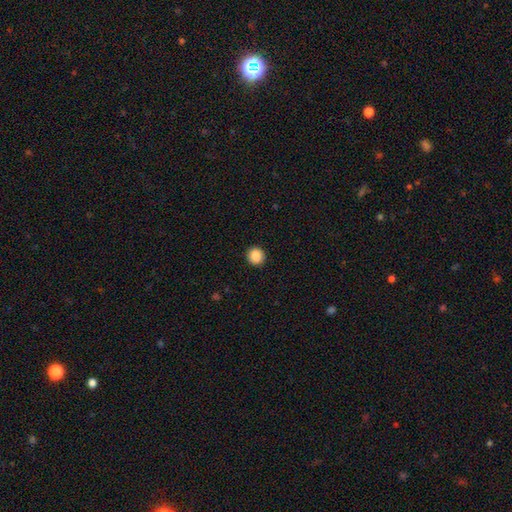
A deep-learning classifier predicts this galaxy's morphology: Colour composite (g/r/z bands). It shows a smooth galaxy with no disk features (89%) that is round (92%). Merging: none (92%).